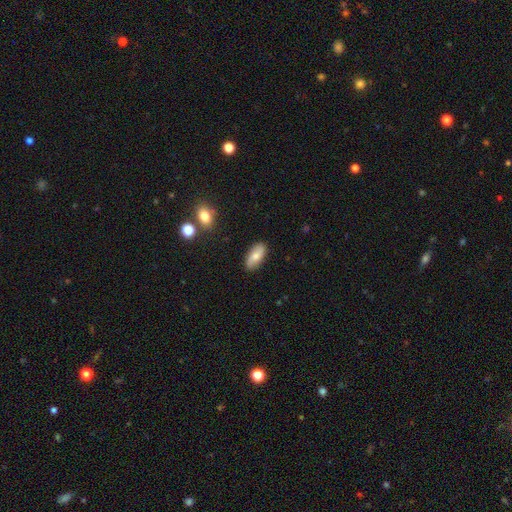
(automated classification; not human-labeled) This appears to be a smooth galaxy with no disk features (69%) that is in between round and cigar-shaped (87%). Merging: none (86%).